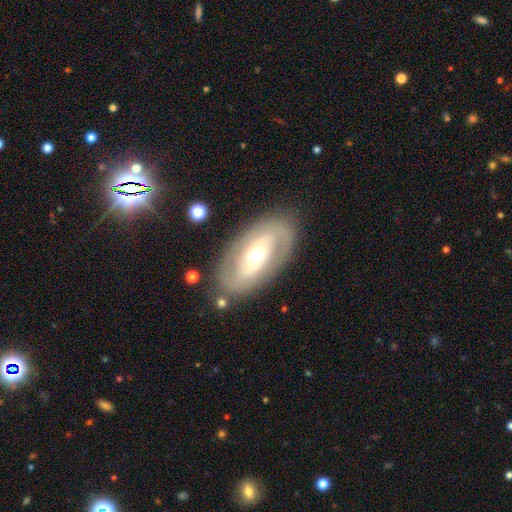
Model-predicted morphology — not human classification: A featured or disk galaxy (70%) with no bar (53%), spiral arms (58%) and a moderate central bulge (67%). Merging: none (82%).